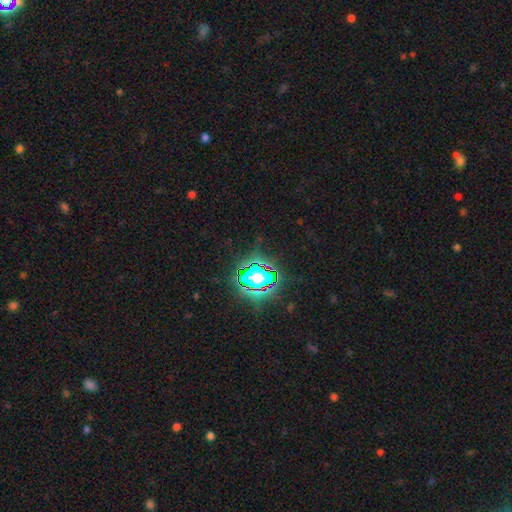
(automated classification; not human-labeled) The model was most divided on "smooth or featured": star or artifact: 80%, smooth: 13%, featured or disk: 8%.